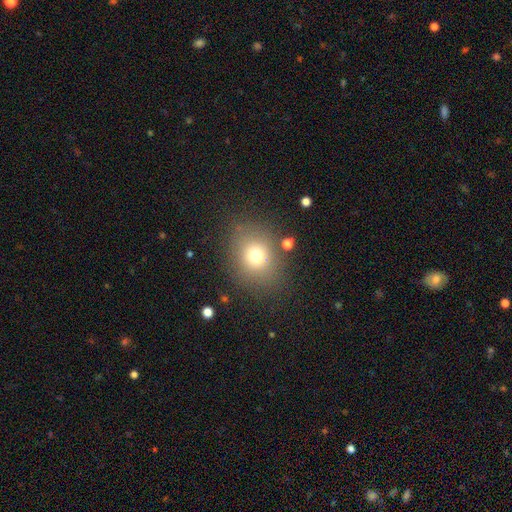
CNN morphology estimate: Overall: smooth (73%). How rounded: round (58%; in between 41%). Merging: none (80%).